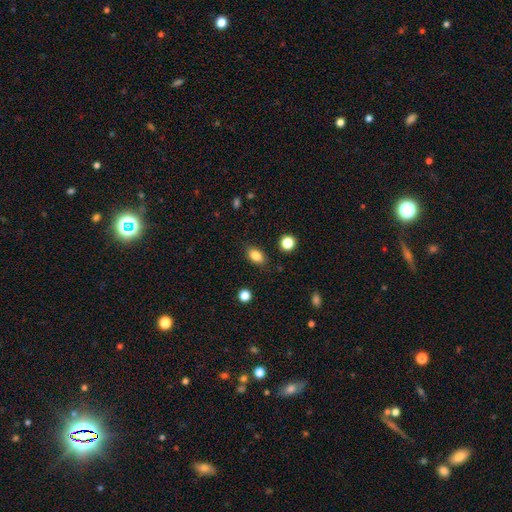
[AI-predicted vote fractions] A smooth galaxy with no disk features (85%) that is in between round and cigar-shaped (87%). Merging: none (86%).